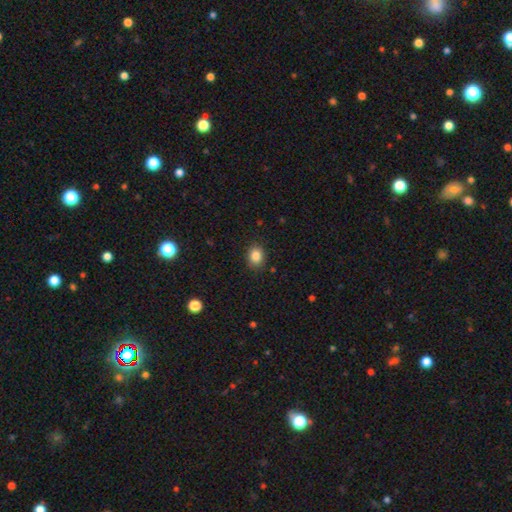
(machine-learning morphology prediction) smooth 84%, star or artifact 10%, featured or disk 6%. Down the decision tree: how rounded — in between (52%); merging — none (87%).